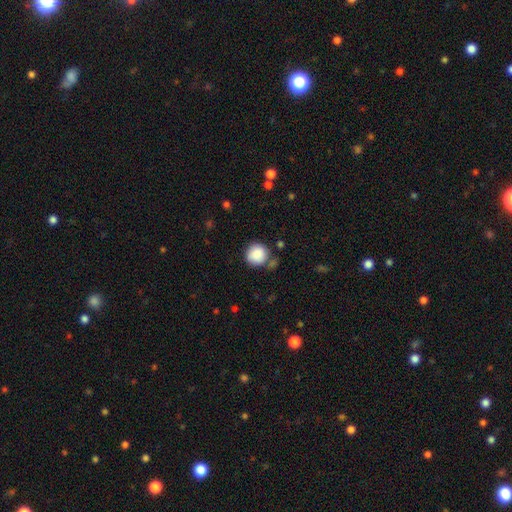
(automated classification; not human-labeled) This appears to be a smooth galaxy with no disk features (88%) that is round (90%). Merging: none (75%).